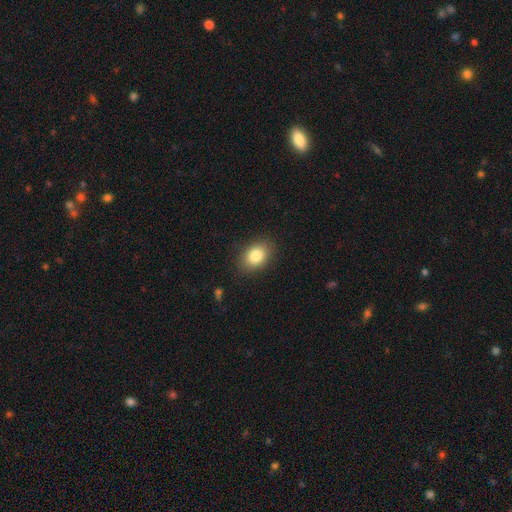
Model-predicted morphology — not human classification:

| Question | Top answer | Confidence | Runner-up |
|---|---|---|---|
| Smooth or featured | smooth | 84% | star or artifact (8%) |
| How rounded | in between | 75% | round (23%) |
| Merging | none | 87% | minor disturbance (10%) |